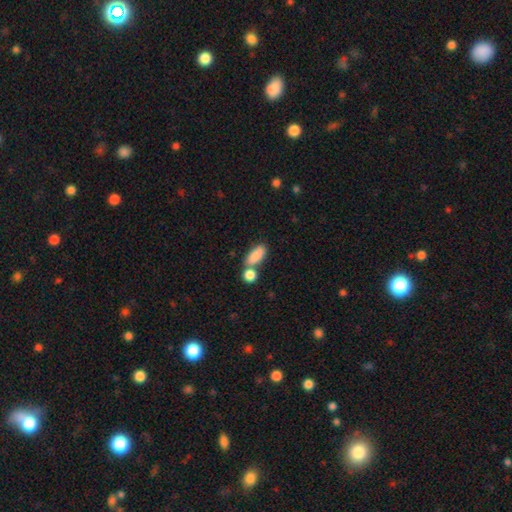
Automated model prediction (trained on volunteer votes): A smooth galaxy with no disk features (86%) that is in between round and cigar-shaped (80%). Merging: none (50%).